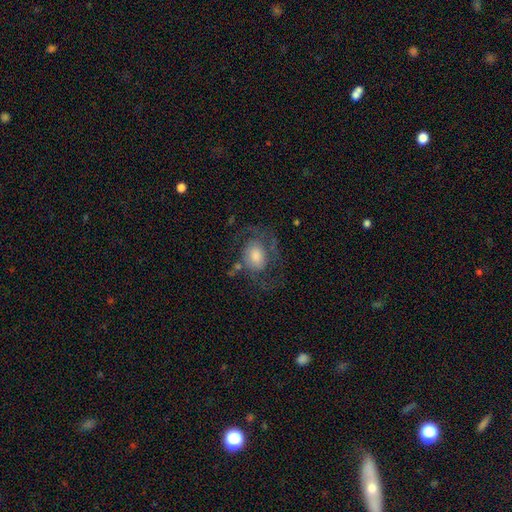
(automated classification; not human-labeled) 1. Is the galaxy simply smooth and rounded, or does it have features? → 61% featured or disk, 30% smooth, 9% star or artifact.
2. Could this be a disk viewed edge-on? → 97% no, 3% yes.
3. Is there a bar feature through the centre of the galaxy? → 68% no, 26% weak, 5% strong.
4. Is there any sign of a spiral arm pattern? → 78% yes, 22% no.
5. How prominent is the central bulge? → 45% moderate, 30% large, 16% small, 4% none, 4% dominant.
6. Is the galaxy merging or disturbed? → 54% none, 23% major disturbance, 20% minor disturbance, 3% merger.